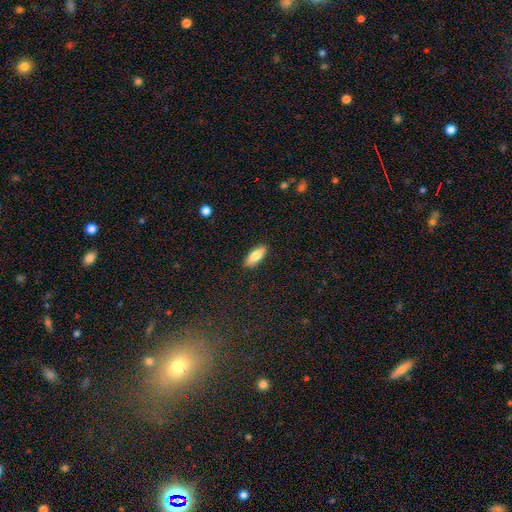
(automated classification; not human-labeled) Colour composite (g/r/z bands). It shows a smooth galaxy with no disk features (81%) that is in between round and cigar-shaped (68%). Merging: none (89%).